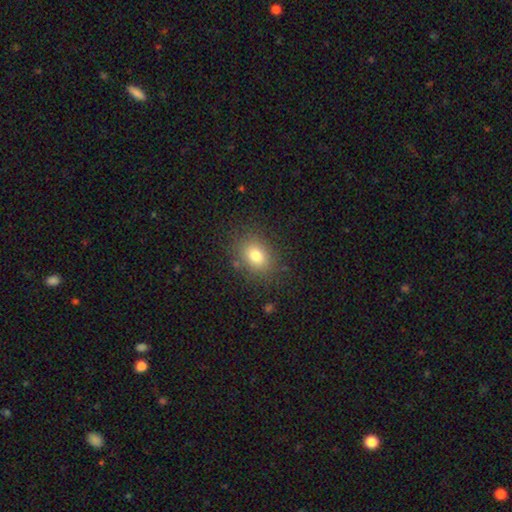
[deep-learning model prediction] smooth_or_featured: smooth (p=0.78) [alt: star or artifact p=0.12]
how_rounded: in between (p=0.57) [alt: round p=0.42]
merging: none (p=0.83) [alt: minor disturbance p=0.11]